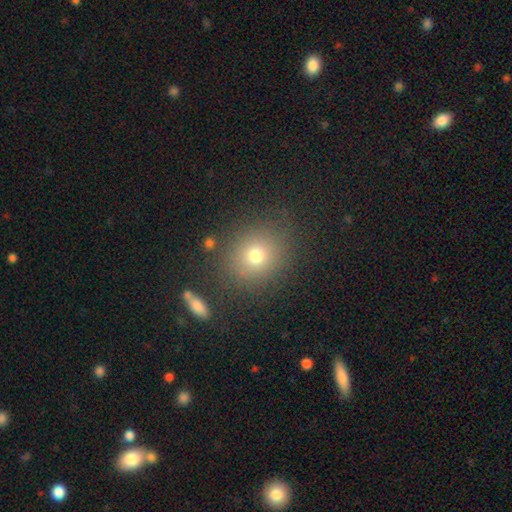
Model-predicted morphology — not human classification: Q: Smooth or featured?
A: smooth (73%); runner-up: star or artifact (16%)
Q: How rounded?
A: round (78%); runner-up: in between (21%)
Q: Merging?
A: none (83%); runner-up: minor disturbance (10%)